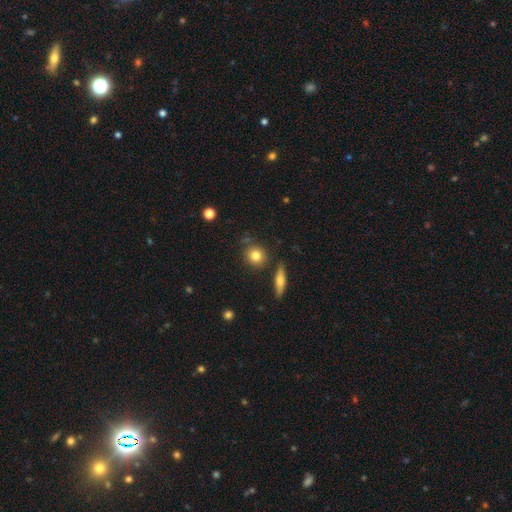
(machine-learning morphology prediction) A smooth galaxy with no disk features (80%) that is round (81%).

Vote fractions:
- Smooth or featured? smooth: 80% / featured or disk: 11% / star or artifact: 9%
- How rounded? round: 81% / in between: 16% / cigar-shaped: 3%
- Merging? none: 79% / minor disturbance: 11% / merger: 7% / major disturbance: 3%